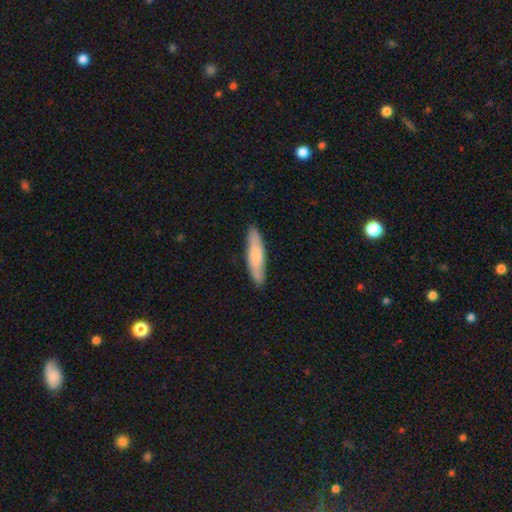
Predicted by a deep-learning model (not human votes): This is likely a smooth galaxy (73%). How rounded: likely cigar-shaped (77%). Merging: clearly none (88%).